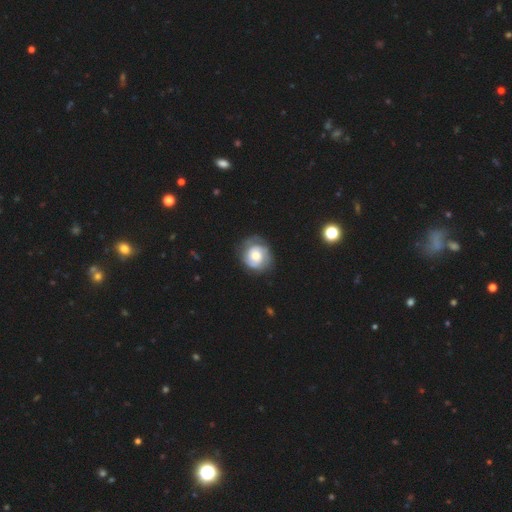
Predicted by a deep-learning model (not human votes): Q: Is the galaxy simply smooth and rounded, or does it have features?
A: featured or disk — 65%.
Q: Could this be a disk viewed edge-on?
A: no — 98%.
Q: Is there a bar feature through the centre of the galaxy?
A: no — 77%.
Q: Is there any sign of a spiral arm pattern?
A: yes — 88%.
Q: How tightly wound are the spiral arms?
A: tight — 64%.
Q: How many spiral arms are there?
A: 2 — 48%.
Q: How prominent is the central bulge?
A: moderate — 52%.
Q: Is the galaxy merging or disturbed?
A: none — 70%.